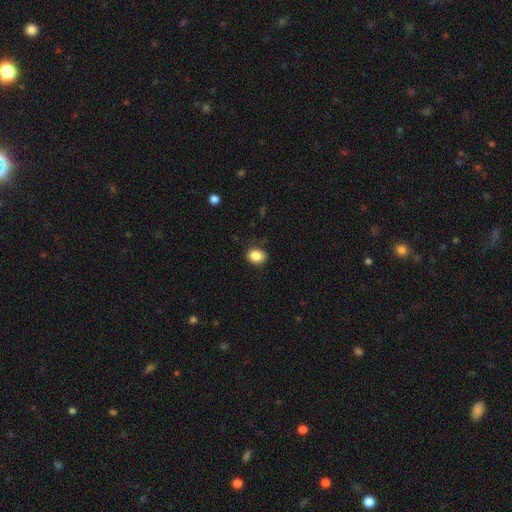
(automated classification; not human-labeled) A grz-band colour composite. It shows a smooth galaxy with no disk features (86%) that is in between round and cigar-shaped (52%). Merging: none (82%).